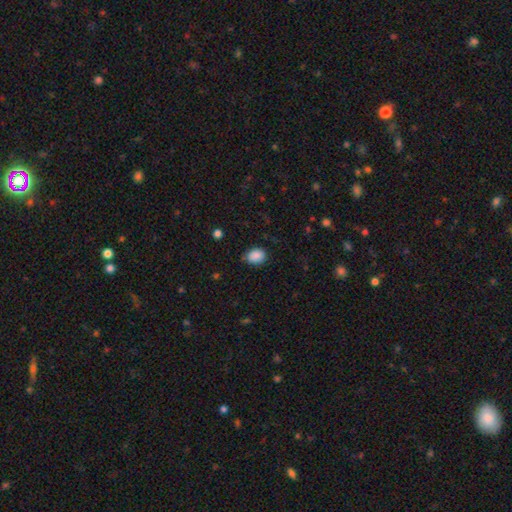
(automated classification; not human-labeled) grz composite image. It shows a smooth galaxy with no disk features (88%) that is in between round and cigar-shaped (65%). Merging: none (72%).